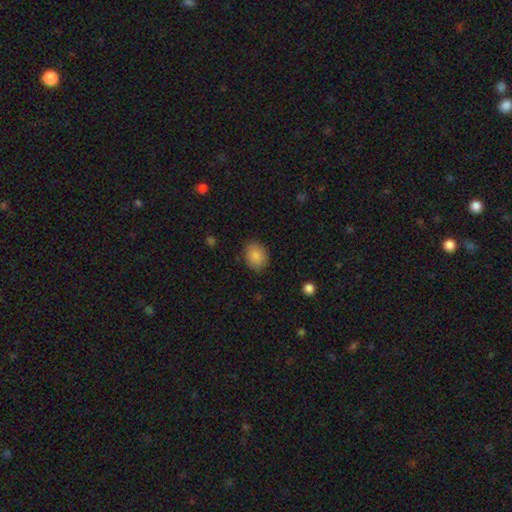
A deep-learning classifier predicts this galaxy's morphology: A smooth galaxy with no disk features (87%) that is in between round and cigar-shaped (55%).

Vote fractions:
- Smooth or featured? smooth: 87% / star or artifact: 8% / featured or disk: 5%
- How rounded? in between: 55% / round: 44% / cigar-shaped: 1%
- Merging? none: 85% / minor disturbance: 11% / major disturbance: 3% / merger: 1%